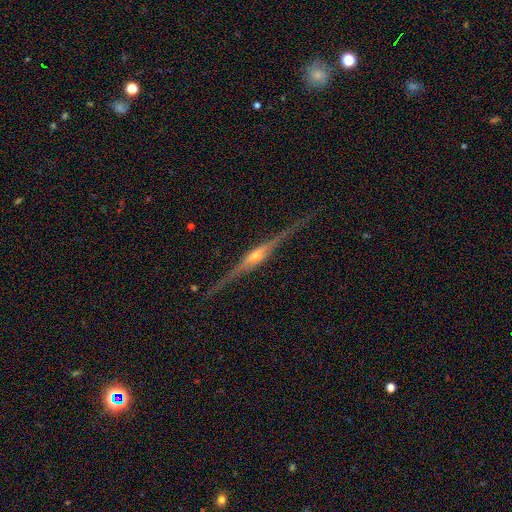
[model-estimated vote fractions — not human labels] Q: Smooth or featured?
A: featured or disk (87%); runner-up: smooth (7%)
Q: Edge-on disk?
A: yes (98%); runner-up: no (2%)
Q: Edge-on bulge?
A: rounded (85%); runner-up: boxy (10%)
Q: Merging?
A: none (86%); runner-up: minor disturbance (10%)